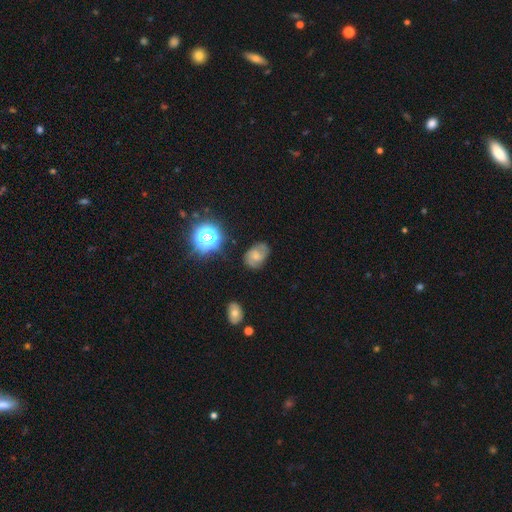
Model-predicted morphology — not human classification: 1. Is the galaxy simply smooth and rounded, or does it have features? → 48% featured or disk, 39% smooth, 14% star or artifact.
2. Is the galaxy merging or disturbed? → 70% none, 22% minor disturbance, 7% major disturbance, 2% merger.